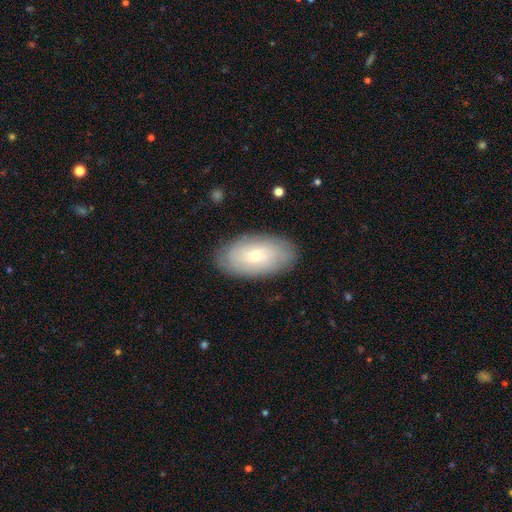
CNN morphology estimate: This is possibly a smooth galaxy (48%). Merging: clearly none (85%).